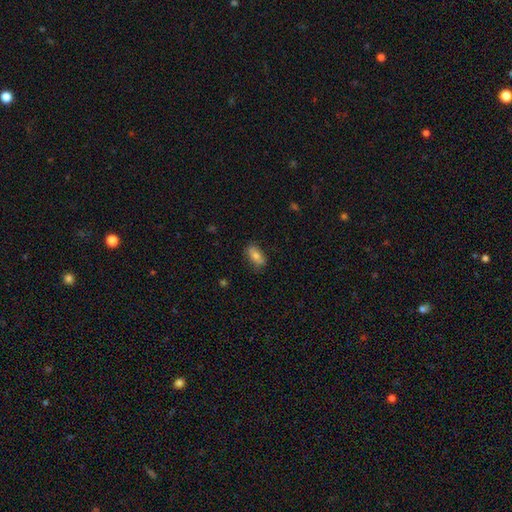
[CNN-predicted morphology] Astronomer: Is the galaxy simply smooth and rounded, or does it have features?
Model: smooth — 73%.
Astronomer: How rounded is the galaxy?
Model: in between — 86%.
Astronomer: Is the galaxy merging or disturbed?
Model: none — 80%.